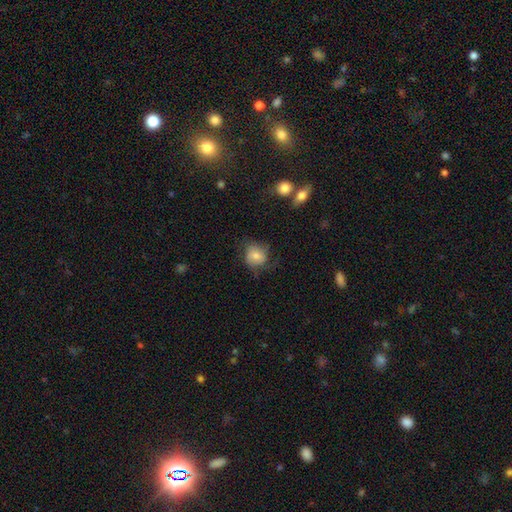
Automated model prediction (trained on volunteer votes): Smooth or featured? smooth (68%)
How rounded? round (79%)
Merging? none (57%)